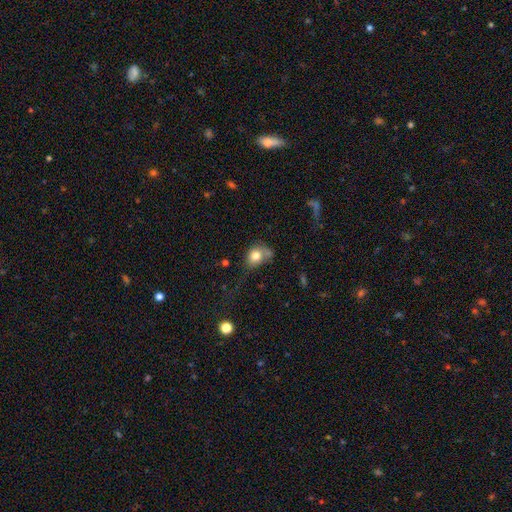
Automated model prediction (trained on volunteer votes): smooth 77%, featured or disk 13%, star or artifact 10%. Down the decision tree: how rounded — round (57%); merging — none (42%).